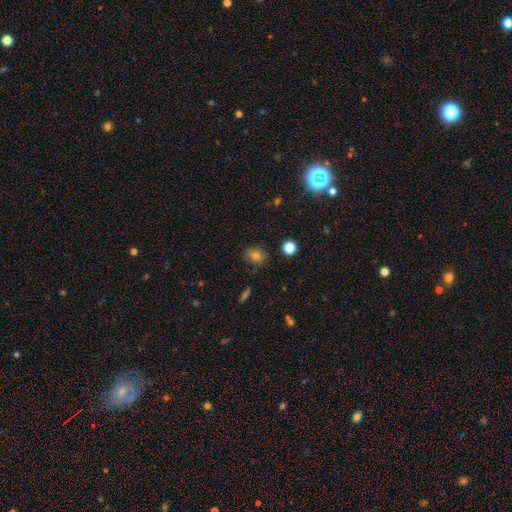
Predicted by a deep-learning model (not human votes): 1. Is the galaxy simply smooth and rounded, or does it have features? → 77% smooth, 13% star or artifact, 10% featured or disk.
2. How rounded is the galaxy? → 56% round, 42% in between, 2% cigar-shaped.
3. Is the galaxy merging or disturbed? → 80% none, 15% minor disturbance, 3% major disturbance, 2% merger.